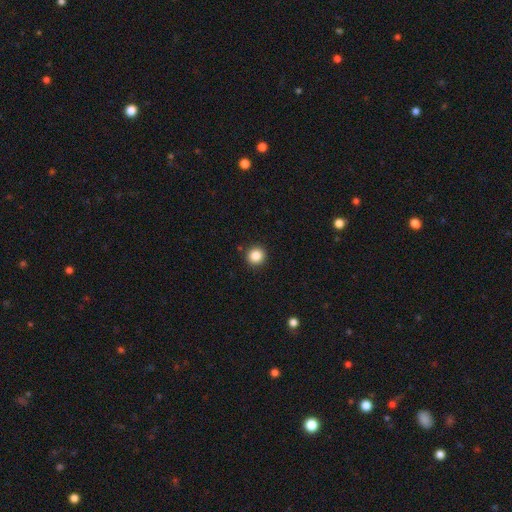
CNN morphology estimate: smooth 86%, star or artifact 10%, featured or disk 4%. Down the decision tree: how rounded — round (94%); merging — none (92%).